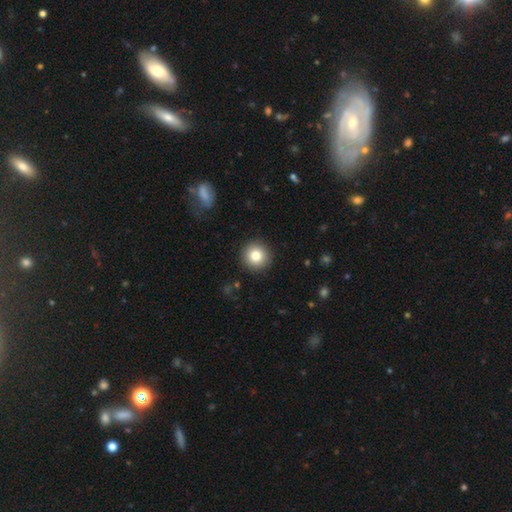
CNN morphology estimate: Smooth or featured: smooth — 80% (star or artifact — 10%)
How rounded: round — 96% (in between — 3%)
Merging: none — 92% (minor disturbance — 5%)